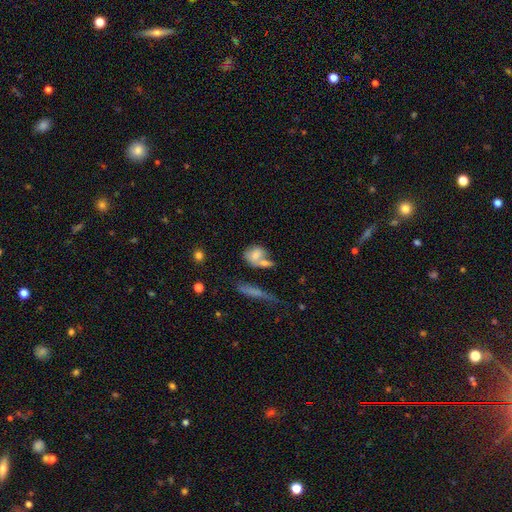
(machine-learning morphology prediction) This appears to be a smooth galaxy with no disk features (71%) that is in between round and cigar-shaped (55%). Merging: merger (44%).